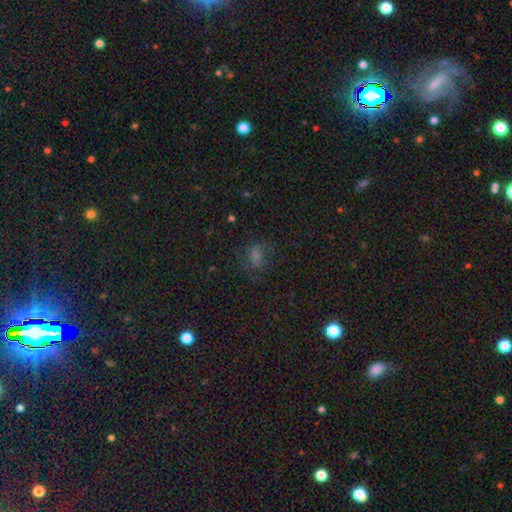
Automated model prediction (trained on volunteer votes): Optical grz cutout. It shows a smooth galaxy with no disk features (57%) that is in between round and cigar-shaped (67%). Merging: none (58%).